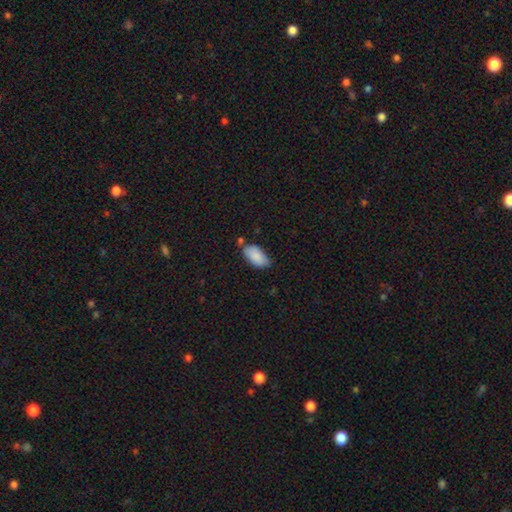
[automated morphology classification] This is clearly a smooth galaxy (88%). How rounded: clearly in between (94%). Merging: likely none (61%).